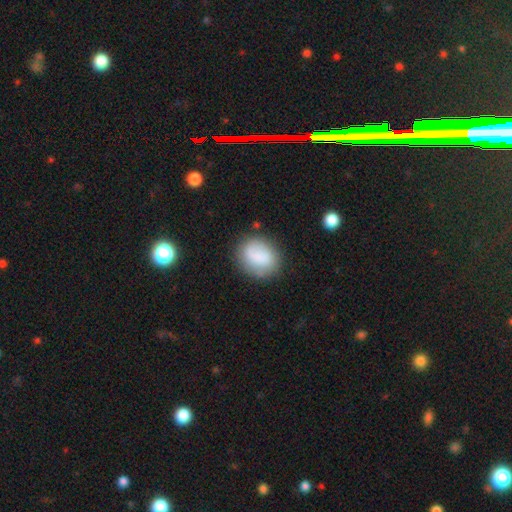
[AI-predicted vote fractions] The model was most divided on "how rounded": round: 58%, in between: 41%, cigar-shaped: 1%. More confident: smooth or featured — smooth (78%); merging — none (70%).